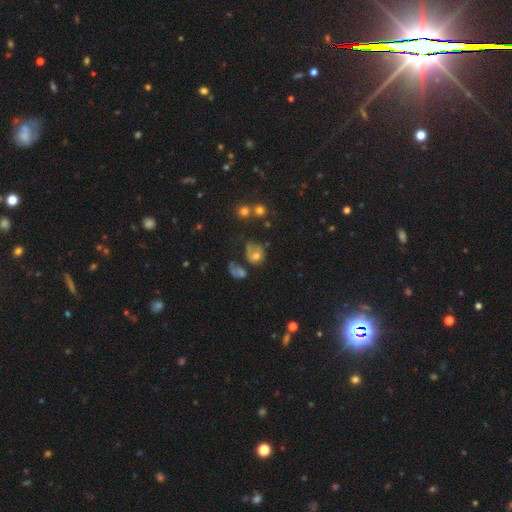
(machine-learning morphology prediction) Overall: smooth (65%). How rounded: round (58%; in between 41%). Merging: none (31%; major disturbance 30%).